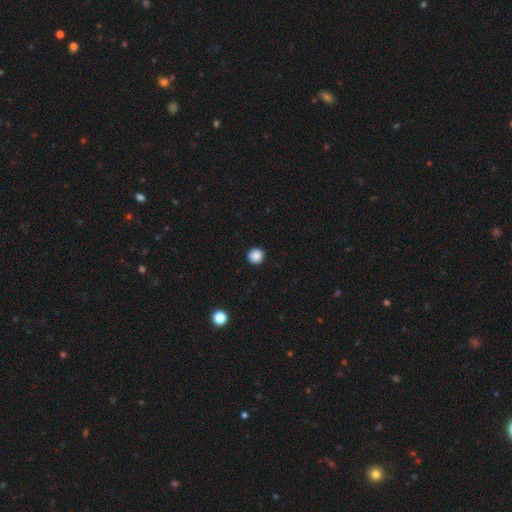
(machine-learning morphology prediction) Smooth or featured?
  - smooth: 88% *
  - star or artifact: 10%
  - featured or disk: 3%
How rounded?
  - round: 95% *
  - in between: 4%
  - cigar-shaped: 1%
Merging?
  - none: 93% *
  - minor disturbance: 4%
  - major disturbance: 1%
  - merger: 1%